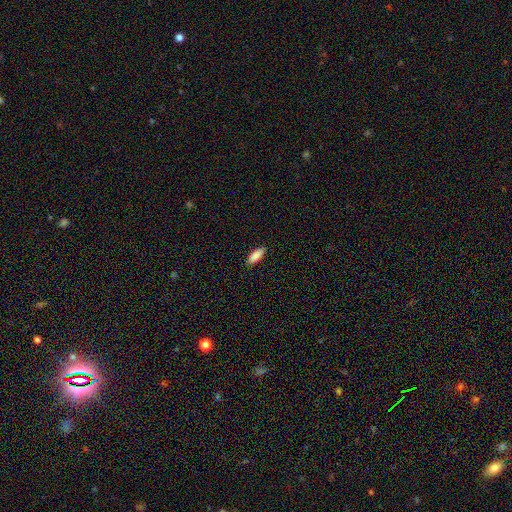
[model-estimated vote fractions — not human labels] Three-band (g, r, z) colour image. It shows a smooth galaxy with no disk features (88%) that is in between round and cigar-shaped (66%). Merging: none (89%).